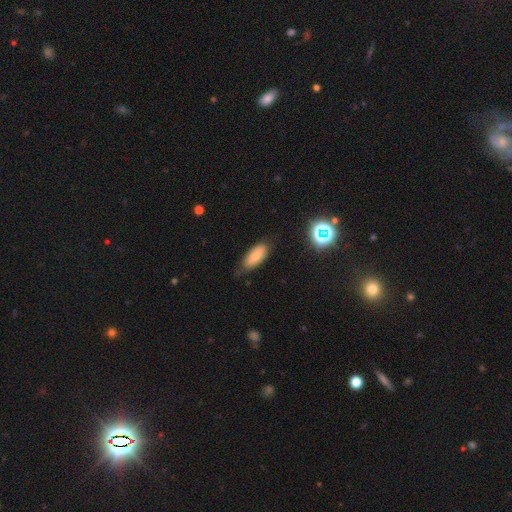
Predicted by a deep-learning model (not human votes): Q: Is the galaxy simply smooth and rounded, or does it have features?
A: smooth — 73%.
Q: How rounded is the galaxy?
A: in between — 85%.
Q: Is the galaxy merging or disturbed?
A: none — 70%.